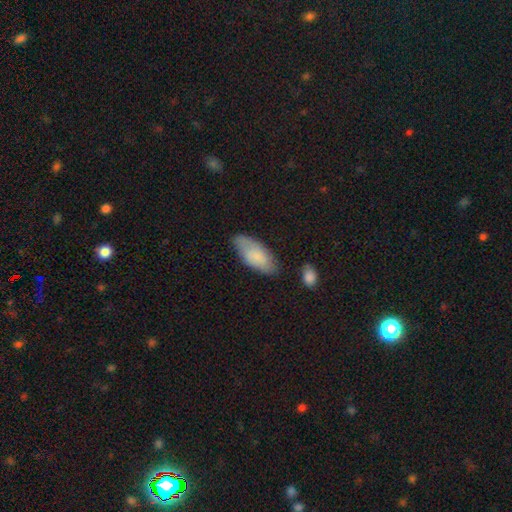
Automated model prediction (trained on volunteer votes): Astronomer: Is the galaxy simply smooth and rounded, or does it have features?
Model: smooth — 80%.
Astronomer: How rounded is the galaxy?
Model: in between — 86%.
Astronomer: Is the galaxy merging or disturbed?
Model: none — 70%.